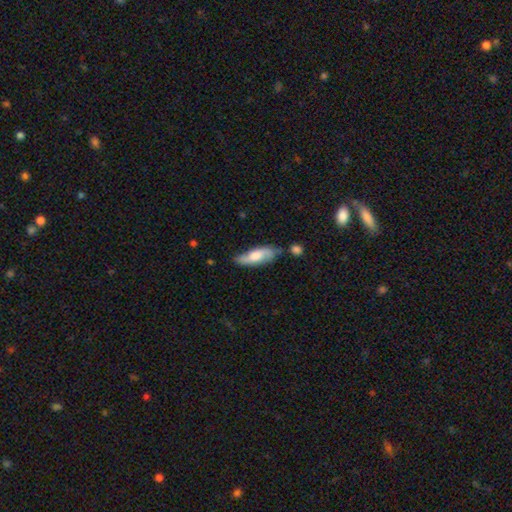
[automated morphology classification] Q: Smooth or featured?
A: smooth (50%); runner-up: featured or disk (44%)
Q: Merging?
A: none (65%); runner-up: minor disturbance (23%)